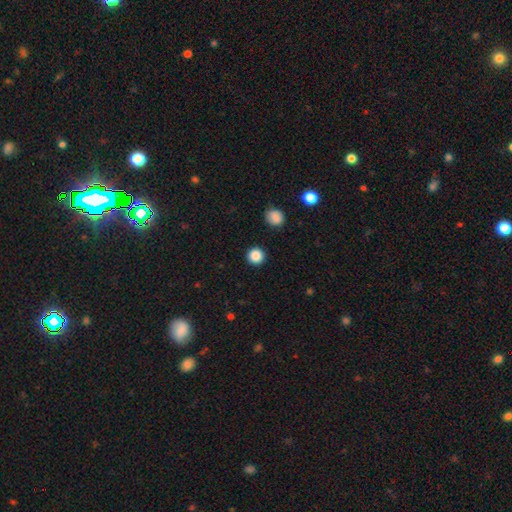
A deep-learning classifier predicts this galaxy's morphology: This is clearly a smooth galaxy (87%). How rounded: clearly round (94%). Merging: clearly none (92%).